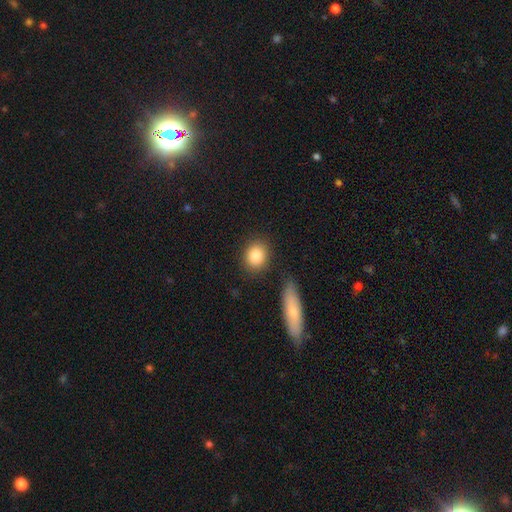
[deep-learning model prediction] Smooth or featured?
  - smooth: 86% *
  - star or artifact: 8%
  - featured or disk: 7%
How rounded?
  - round: 61% *
  - in between: 37%
  - cigar-shaped: 2%
Merging?
  - none: 81% *
  - minor disturbance: 10%
  - merger: 5%
  - major disturbance: 3%